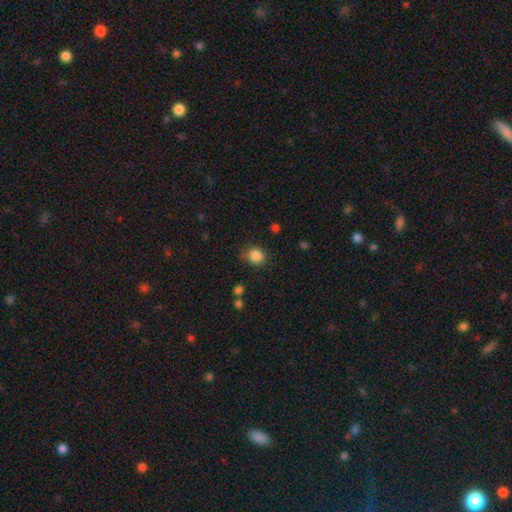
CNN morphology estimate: Smooth or featured? smooth (85%)
How rounded? round (75%)
Merging? none (77%)